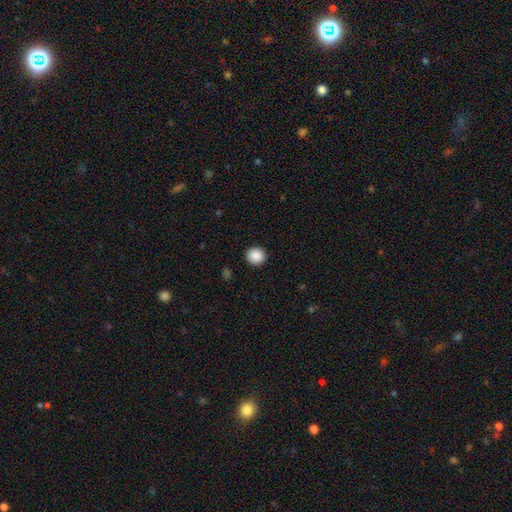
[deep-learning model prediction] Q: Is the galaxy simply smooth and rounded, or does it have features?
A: smooth — 89%.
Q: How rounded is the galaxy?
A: round — 91%.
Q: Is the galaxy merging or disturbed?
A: none — 92%.